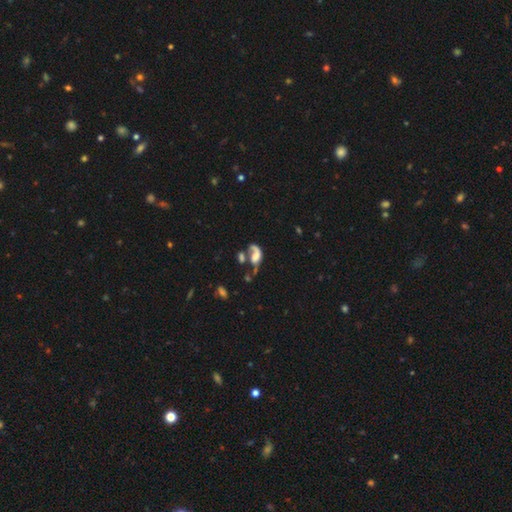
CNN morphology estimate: The model was most divided on "merging": merger: 38%, major disturbance: 30%, none: 20%, minor disturbance: 12%. Remaining: smooth or featured — featured or disk (49%).